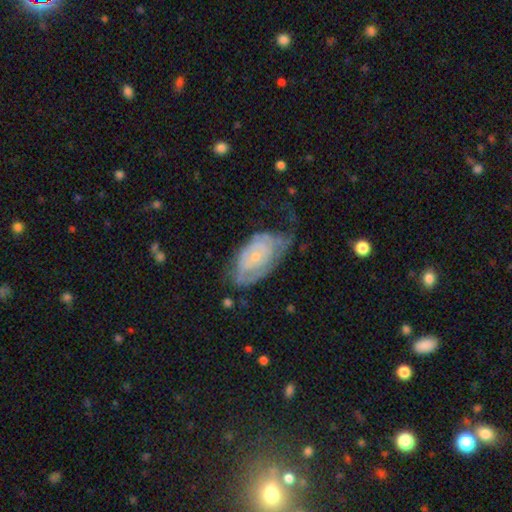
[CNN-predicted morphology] Smooth or featured: featured or disk — 69% (smooth — 25%)
Edge-on disk: no — 95% (yes — 5%)
Bar: no — 76% (weak — 20%)
Spiral arms: yes — 76% (no — 24%)
Bulge size: small — 72% (moderate — 22%)
Merging: none — 40% (minor disturbance — 33%)